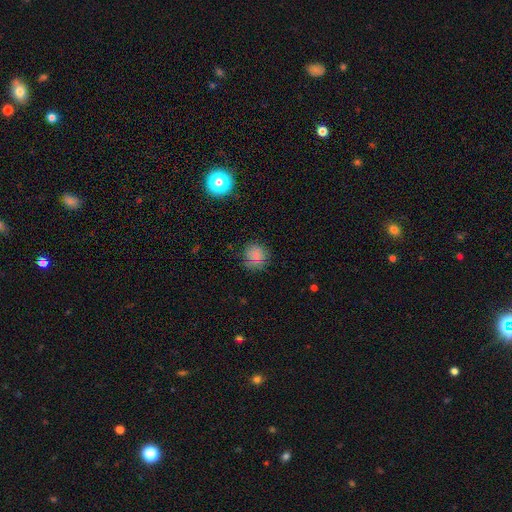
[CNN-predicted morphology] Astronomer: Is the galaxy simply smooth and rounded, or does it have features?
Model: smooth — 77%.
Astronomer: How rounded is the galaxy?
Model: round — 87%.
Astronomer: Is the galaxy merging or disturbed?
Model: none — 74%.